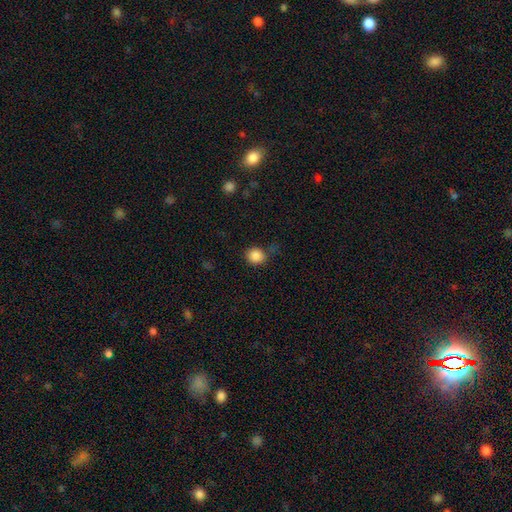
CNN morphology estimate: Smooth or featured: smooth — 86% (star or artifact — 10%)
How rounded: round — 86% (in between — 13%)
Merging: none — 71% (minor disturbance — 19%)